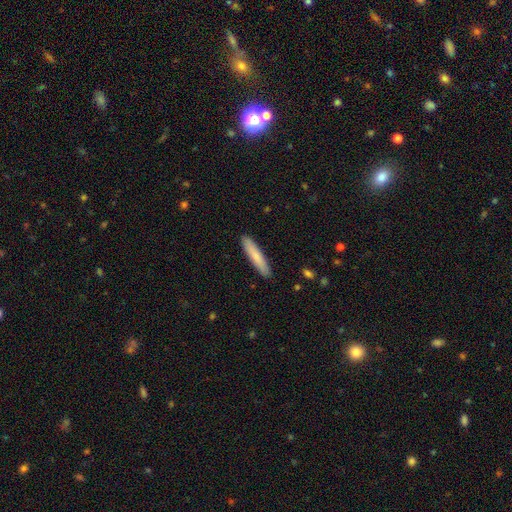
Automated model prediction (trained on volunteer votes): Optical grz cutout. It shows a smooth galaxy with no disk features (77%) that is cigar-shaped (91%). Merging: none (91%).